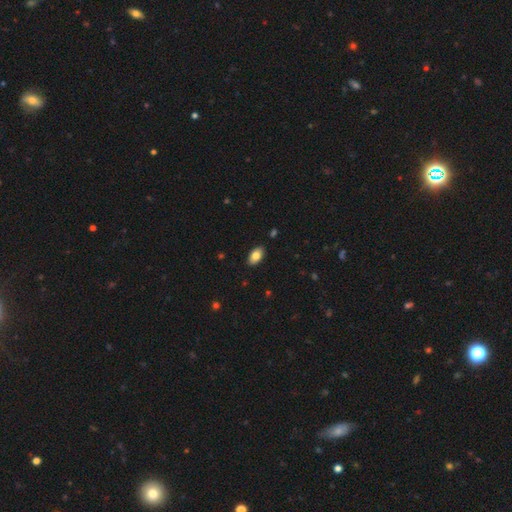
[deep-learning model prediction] Q: Smooth or featured?
A: smooth (81%); runner-up: featured or disk (12%)
Q: How rounded?
A: in between (94%); runner-up: round (4%)
Q: Merging?
A: none (88%); runner-up: minor disturbance (9%)